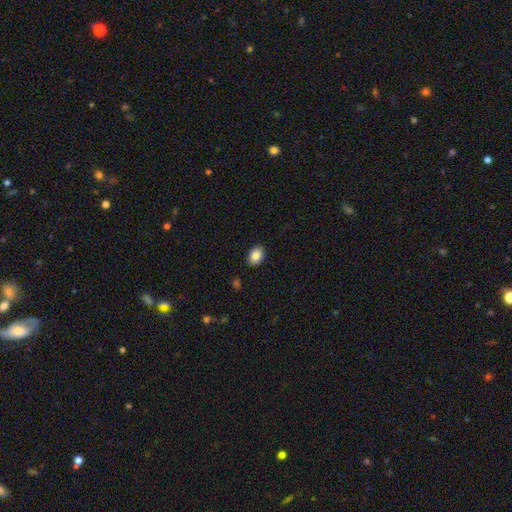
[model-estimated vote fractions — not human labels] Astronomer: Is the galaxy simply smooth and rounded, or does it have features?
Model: smooth — 86%.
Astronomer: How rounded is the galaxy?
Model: in between — 78%.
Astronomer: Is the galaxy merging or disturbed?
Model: none — 89%.